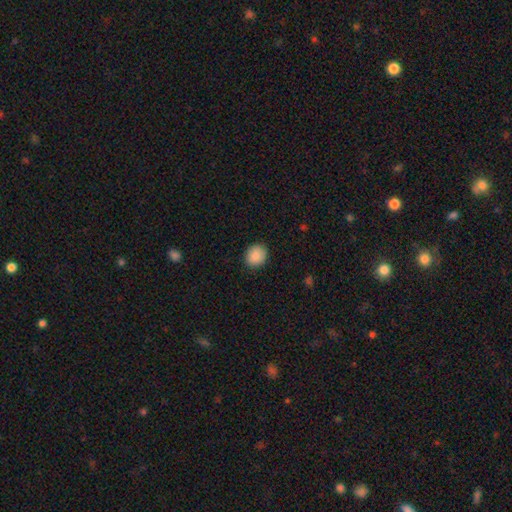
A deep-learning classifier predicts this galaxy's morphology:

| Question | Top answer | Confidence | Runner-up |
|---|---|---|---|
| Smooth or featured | smooth | 89% | star or artifact (8%) |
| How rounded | round | 71% | in between (28%) |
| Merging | none | 89% | minor disturbance (8%) |